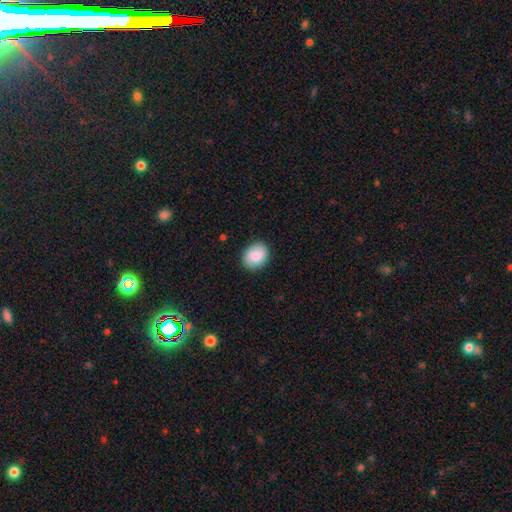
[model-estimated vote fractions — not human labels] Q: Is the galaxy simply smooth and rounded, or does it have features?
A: smooth — 87%.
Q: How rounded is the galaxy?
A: in between — 56%.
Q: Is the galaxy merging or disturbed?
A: none — 87%.